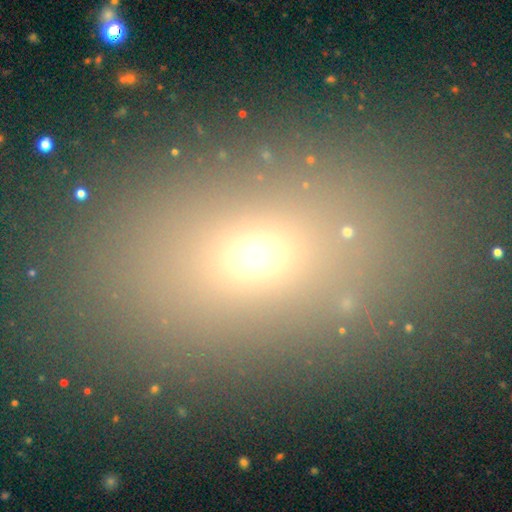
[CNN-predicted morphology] A smooth galaxy with no disk features (62%) that is in between round and cigar-shaped (73%).

Vote fractions:
- Smooth or featured? smooth: 62% / star or artifact: 25% / featured or disk: 14%
- How rounded? in between: 73% / round: 21% / cigar-shaped: 5%
- Merging? none: 75% / minor disturbance: 12% / major disturbance: 7% / merger: 6%